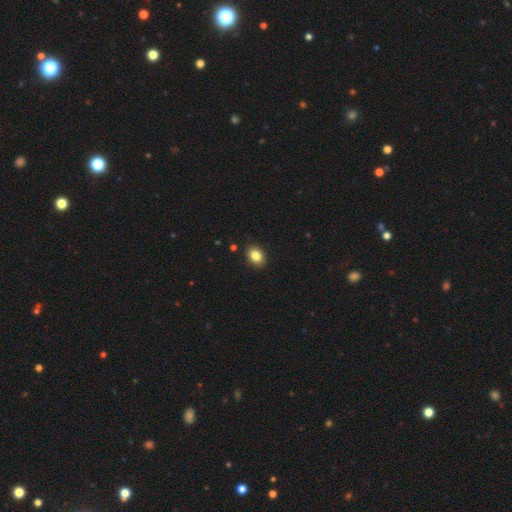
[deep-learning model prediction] Q: Smooth or featured?
A: smooth (85%); runner-up: star or artifact (9%)
Q: How rounded?
A: in between (68%); runner-up: round (31%)
Q: Merging?
A: none (89%); runner-up: minor disturbance (8%)